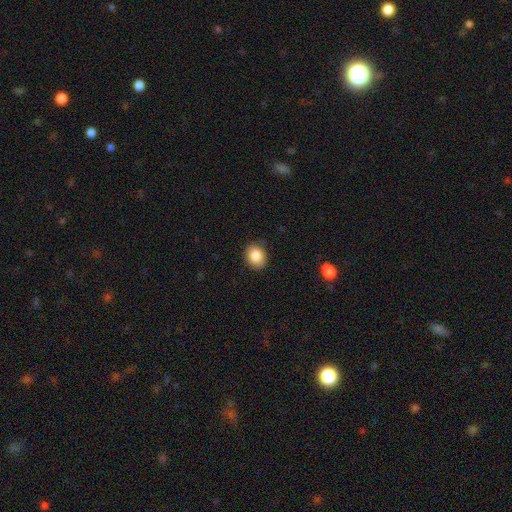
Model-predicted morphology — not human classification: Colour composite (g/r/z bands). It shows a smooth galaxy with no disk features (85%) that is round (51%). Merging: none (88%).